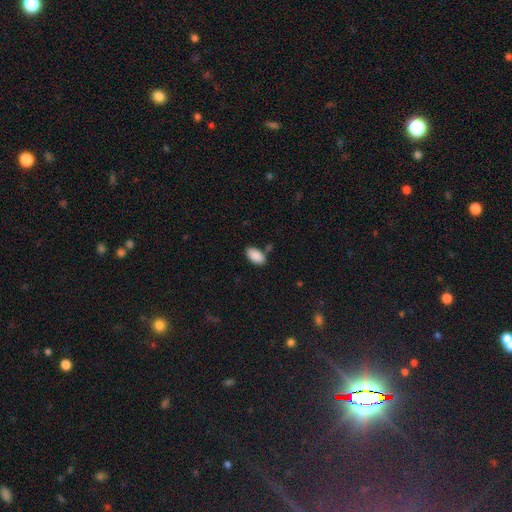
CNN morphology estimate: type=smooth (89%); roundness=in between (95%); merging=none (76%).